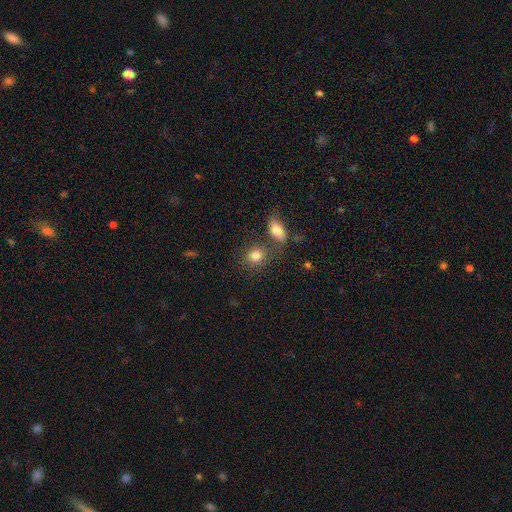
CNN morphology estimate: A smooth galaxy with no disk features (82%) that is round (64%).

Vote fractions:
- Smooth or featured? smooth: 82% / star or artifact: 10% / featured or disk: 8%
- How rounded? round: 64% / in between: 34% / cigar-shaped: 2%
- Merging? none: 63% / merger: 21% / minor disturbance: 11% / major disturbance: 5%